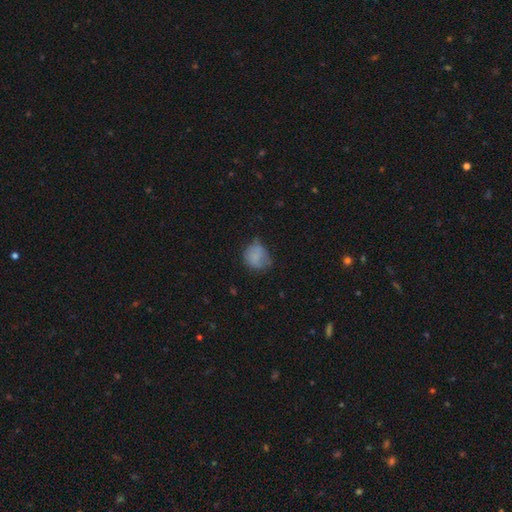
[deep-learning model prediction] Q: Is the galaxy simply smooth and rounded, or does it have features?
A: smooth — 75%.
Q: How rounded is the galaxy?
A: round — 70%.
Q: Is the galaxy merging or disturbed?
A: none — 44%.